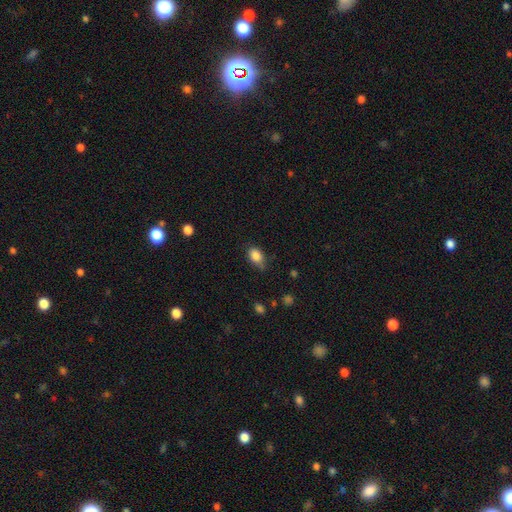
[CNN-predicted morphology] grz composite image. It shows a smooth galaxy with no disk features (85%) that is in between round and cigar-shaped (78%). Merging: none (61%).